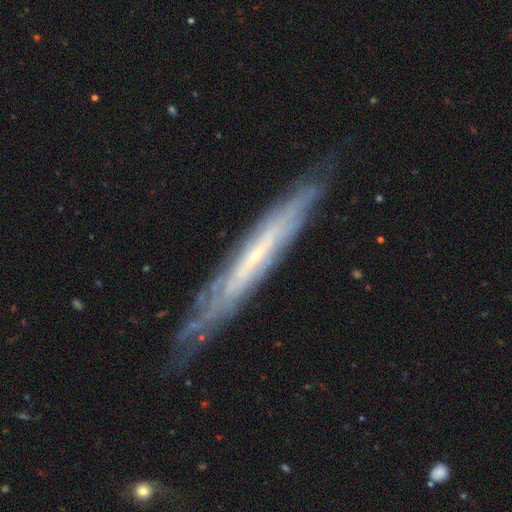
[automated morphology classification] A featured or disk galaxy (77%) viewed edge-on (68%) with no central bulge (68%). Merging: none (76%).